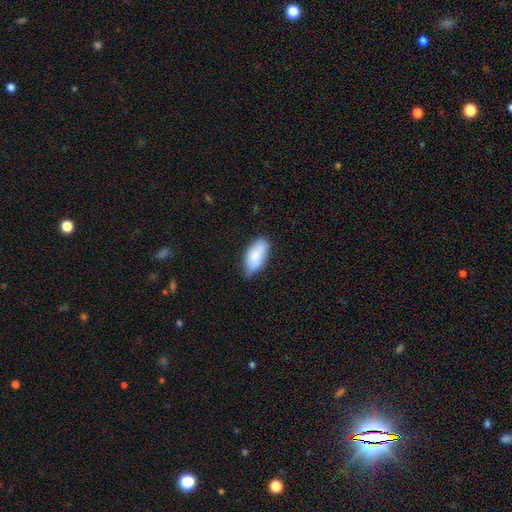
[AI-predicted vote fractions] smooth-or-featured: smooth: 85% | featured or disk: 9% | star or artifact: 6%
  how-rounded: in between: 92% | cigar-shaped: 6% | round: 2%
  merging: none: 66% | minor disturbance: 28% | major disturbance: 4% | merger: 1%